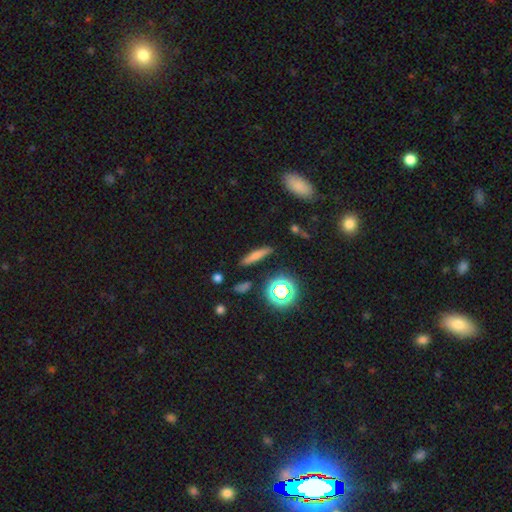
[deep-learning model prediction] Overall: smooth (65%). How rounded: cigar-shaped (80%). Merging: none (84%).